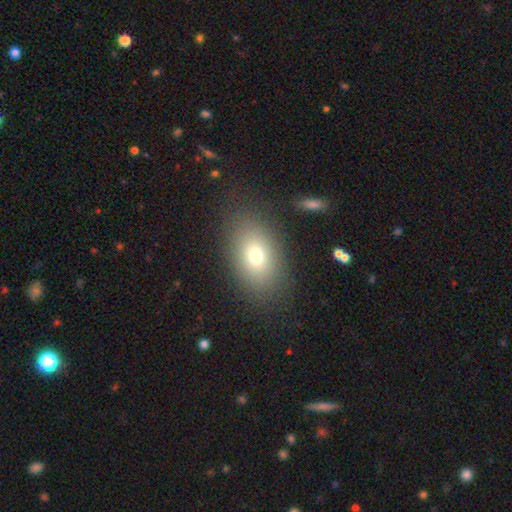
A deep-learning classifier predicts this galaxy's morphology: This is likely a smooth galaxy (73%). How rounded: clearly in between (82%). Merging: clearly none (83%).